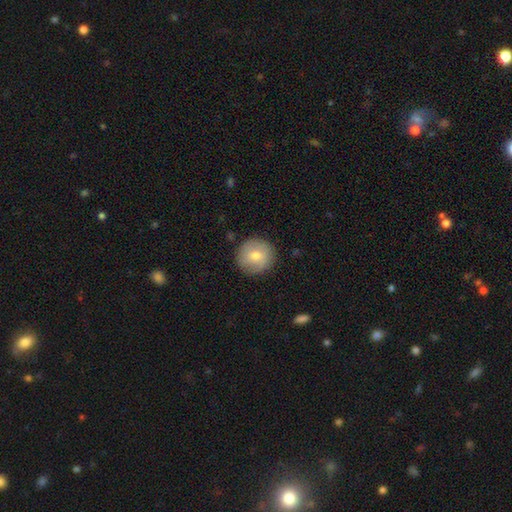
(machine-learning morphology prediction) Q: Smooth or featured?
A: smooth (74%); runner-up: featured or disk (18%)
Q: How rounded?
A: round (94%); runner-up: in between (5%)
Q: Merging?
A: none (89%); runner-up: minor disturbance (8%)